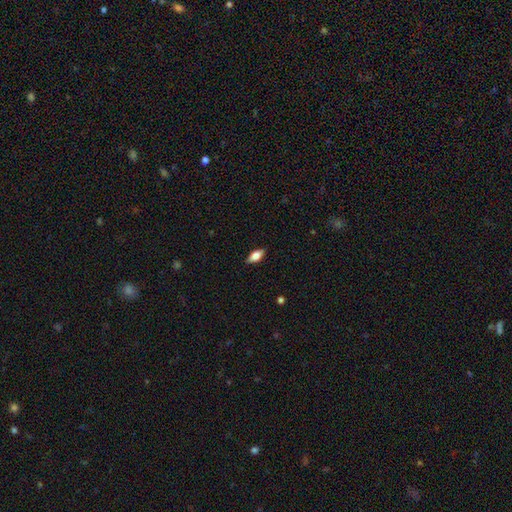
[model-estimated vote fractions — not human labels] This is likely a smooth galaxy (72%). How rounded: clearly in between (84%). Merging: clearly none (87%).